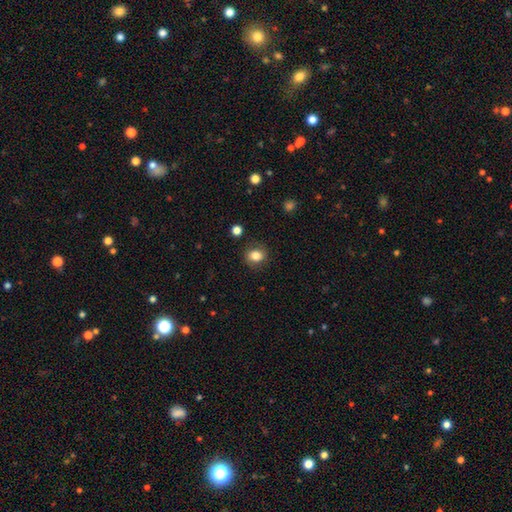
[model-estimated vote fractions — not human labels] Smooth or featured? Predicted: smooth (p=0.81). How rounded? Predicted: round (p=0.57). Merging? Predicted: none (p=0.83).